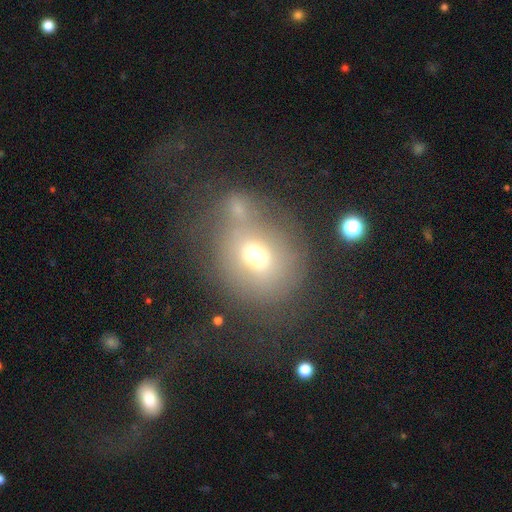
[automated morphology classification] Smooth or featured? smooth (64%)
How rounded? round (71%)
Merging? none (41%)